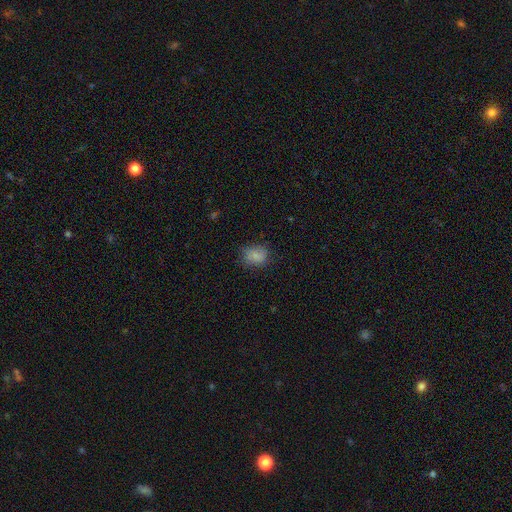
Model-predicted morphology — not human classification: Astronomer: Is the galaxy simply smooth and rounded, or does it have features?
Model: smooth — 81%.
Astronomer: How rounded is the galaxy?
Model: round — 49%, tied with in between at 49%.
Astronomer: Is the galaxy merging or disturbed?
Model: none — 71%.